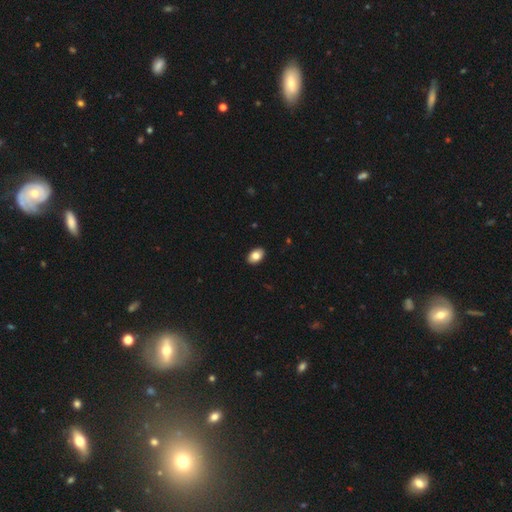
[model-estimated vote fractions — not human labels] Morphology: type=smooth (84%); roundness=in between (89%); merging=none (91%).